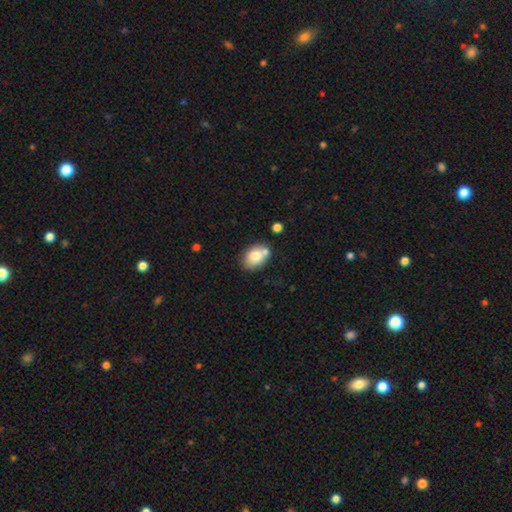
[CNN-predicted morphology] Smooth or featured?
  - smooth: 76% *
  - featured or disk: 16%
  - star or artifact: 8%
How rounded?
  - in between: 78% *
  - round: 21%
  - cigar-shaped: 1%
Merging?
  - none: 62% *
  - merger: 19%
  - minor disturbance: 16%
  - major disturbance: 4%